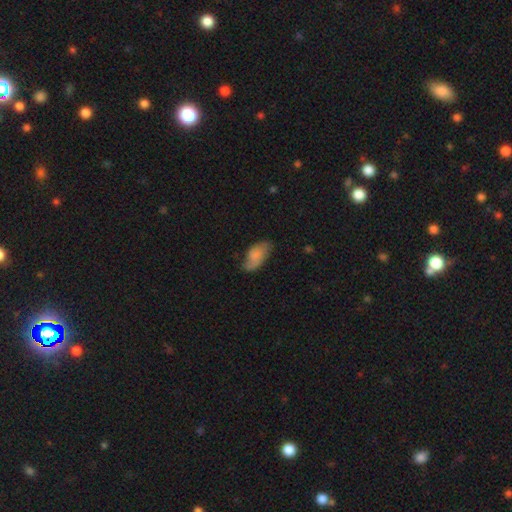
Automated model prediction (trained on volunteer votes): Overall: smooth (64%; featured or disk 29%). How rounded: in between (93%). Merging: none (60%; minor disturbance 29%).